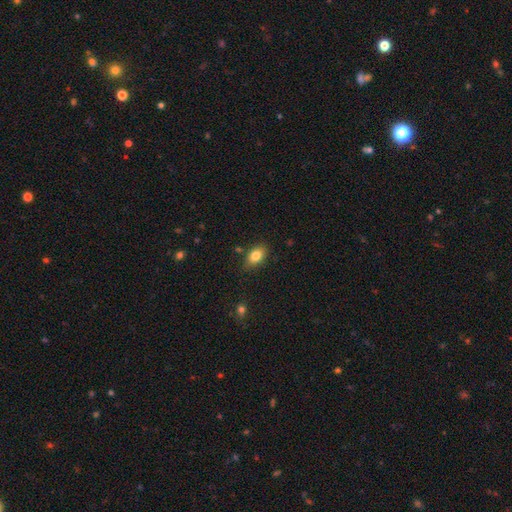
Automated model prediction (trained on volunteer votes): This is clearly a smooth galaxy (82%). How rounded: clearly in between (84%). Merging: clearly none (81%).